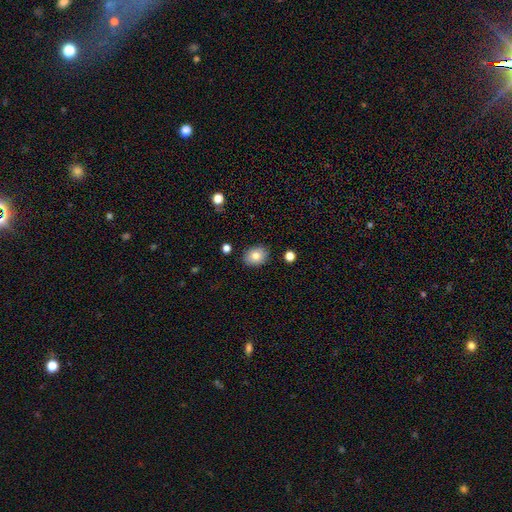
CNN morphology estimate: Q: Smooth or featured?
A: smooth (80%); runner-up: featured or disk (11%)
Q: How rounded?
A: in between (52%); runner-up: round (47%)
Q: Merging?
A: none (87%); runner-up: minor disturbance (10%)